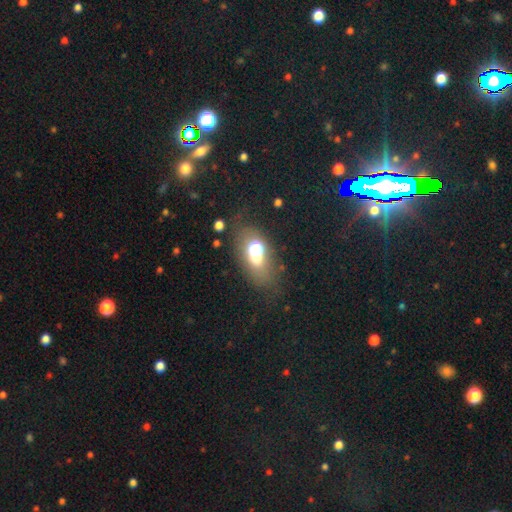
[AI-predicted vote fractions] Q: Smooth or featured?
A: smooth (54%); runner-up: featured or disk (26%)
Q: How rounded?
A: in between (78%); runner-up: round (16%)
Q: Merging?
A: none (39%); runner-up: major disturbance (23%)